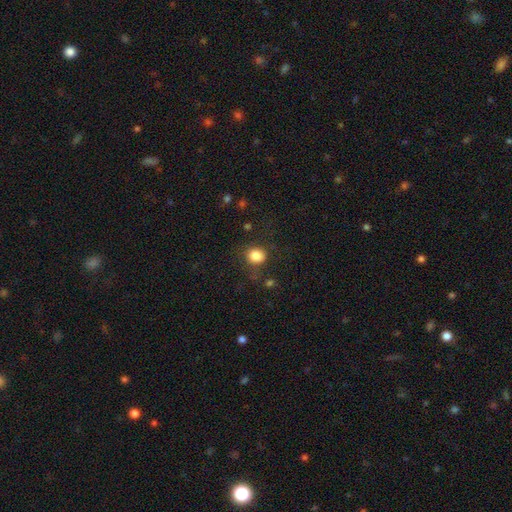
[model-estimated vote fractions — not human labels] Smooth or featured? smooth (84%)
How rounded? round (73%)
Merging? none (78%)